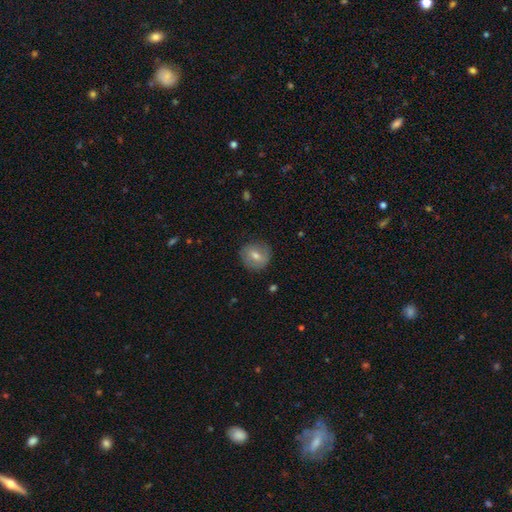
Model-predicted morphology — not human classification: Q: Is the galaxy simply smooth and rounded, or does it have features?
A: smooth — 52%.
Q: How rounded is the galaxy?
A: round — 84%.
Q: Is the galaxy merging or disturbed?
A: none — 84%.